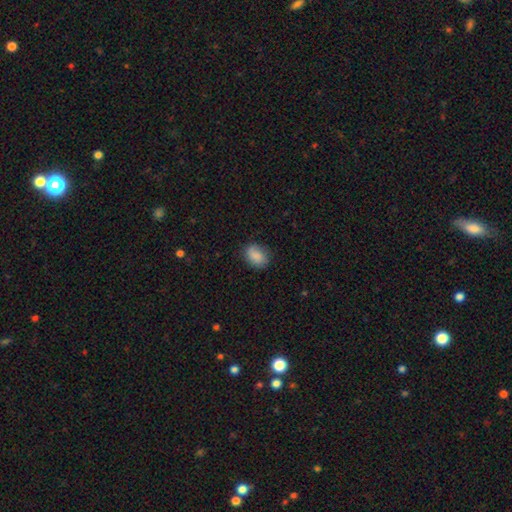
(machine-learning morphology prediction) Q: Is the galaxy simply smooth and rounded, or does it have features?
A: smooth — 86%.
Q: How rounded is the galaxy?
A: in between — 76%.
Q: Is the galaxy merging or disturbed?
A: none — 79%.